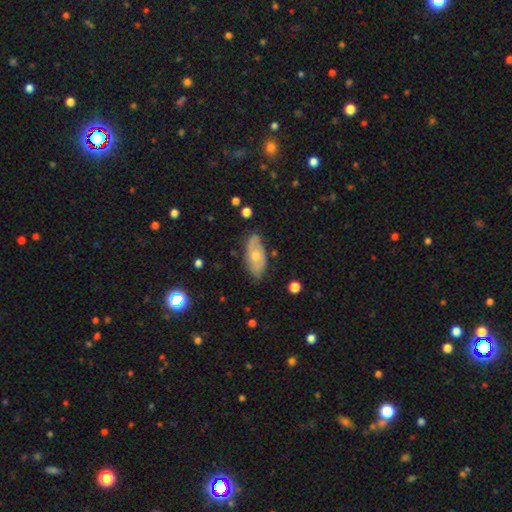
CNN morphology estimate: A featured or disk galaxy (51%).

Vote fractions:
- Smooth or featured? featured or disk: 51% / smooth: 43% / star or artifact: 7%
- Edge-on disk? no: 87% / yes: 13%
- Merging? none: 73% / minor disturbance: 21% / major disturbance: 4% / merger: 2%